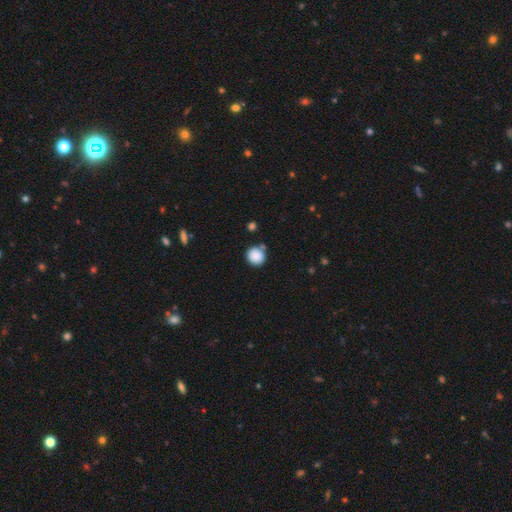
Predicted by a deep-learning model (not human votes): A smooth galaxy with no disk features (88%) that is round (92%).

Vote fractions:
- Smooth or featured? smooth: 88% / star or artifact: 9% / featured or disk: 3%
- How rounded? round: 92% / in between: 7% / cigar-shaped: 1%
- Merging? none: 76% / minor disturbance: 12% / merger: 9% / major disturbance: 3%